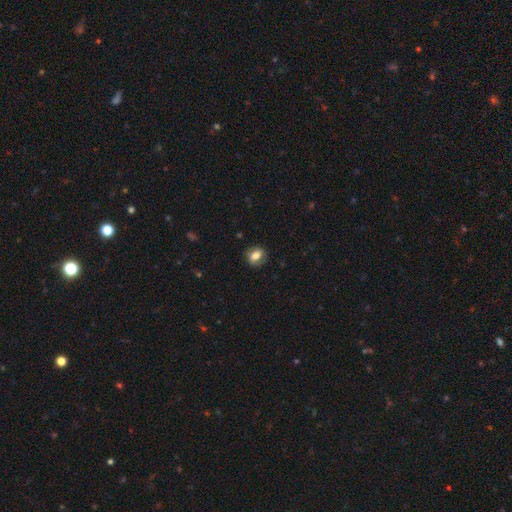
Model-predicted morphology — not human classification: smooth_or_featured: smooth (p=0.68) [alt: featured or disk p=0.23]
how_rounded: round (p=0.50) [alt: in between p=0.48]
merging: none (p=0.81) [alt: minor disturbance p=0.13]